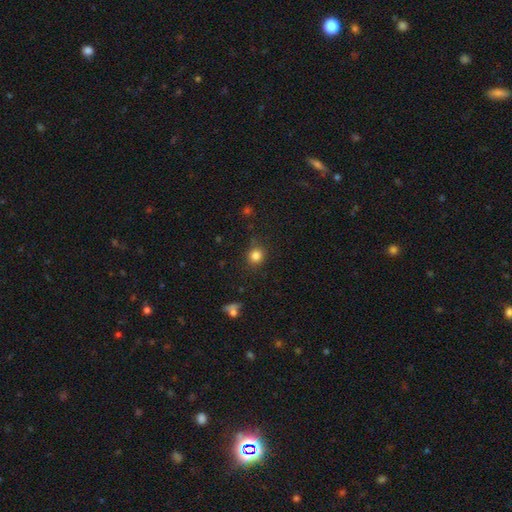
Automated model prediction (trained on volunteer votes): smooth 83%, star or artifact 12%, featured or disk 5%. Down the decision tree: how rounded — round (87%); merging — none (82%).